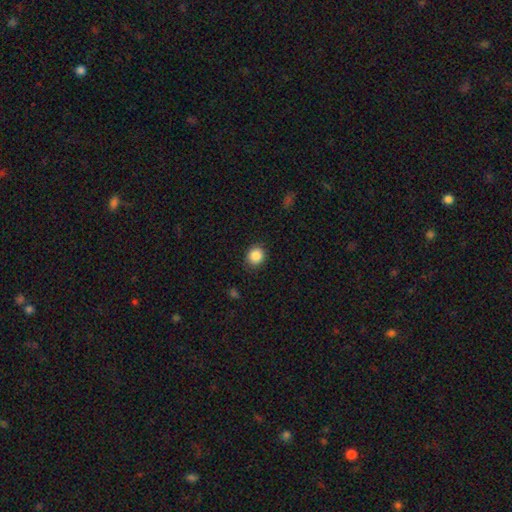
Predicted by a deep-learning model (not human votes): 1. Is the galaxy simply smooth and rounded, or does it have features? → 87% smooth, 9% star or artifact, 4% featured or disk.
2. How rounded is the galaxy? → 82% round, 17% in between, 1% cigar-shaped.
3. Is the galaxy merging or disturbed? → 86% none, 10% minor disturbance, 3% major disturbance, 1% merger.